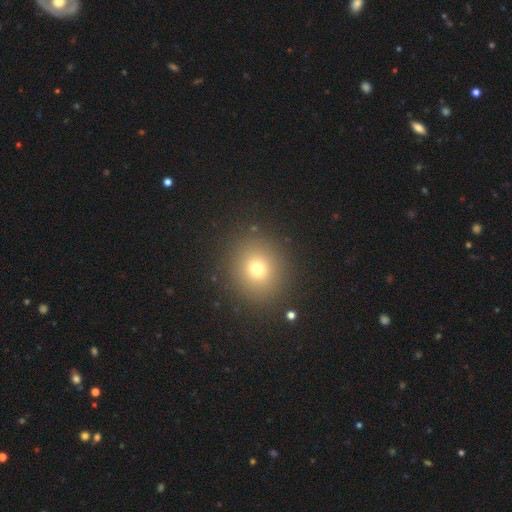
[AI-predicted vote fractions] This appears to be a smooth galaxy with no disk features (67%) that is round (83%). Merging: none (91%).